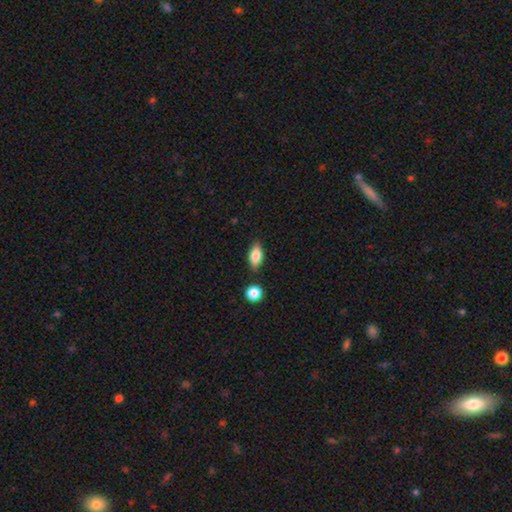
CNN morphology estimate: Smooth or featured: smooth — 80% (featured or disk — 12%)
How rounded: in between — 85% (cigar-shaped — 9%)
Merging: none — 82% (minor disturbance — 11%)